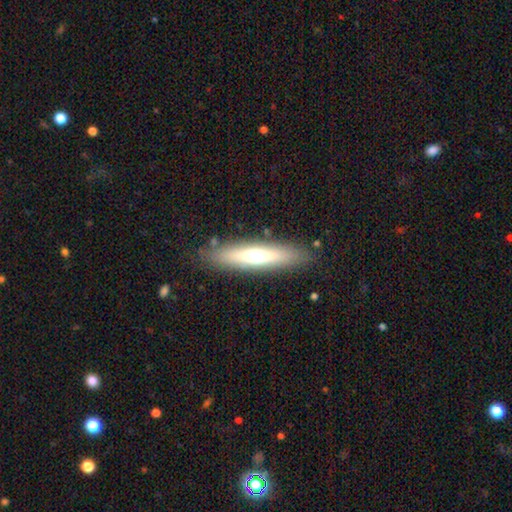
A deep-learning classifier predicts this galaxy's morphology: This is possibly a smooth galaxy (49%). Merging: clearly none (86%).